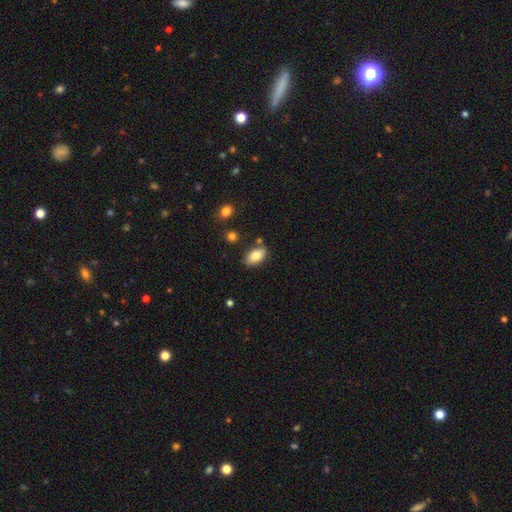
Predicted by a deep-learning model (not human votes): This is clearly a smooth galaxy (81%). How rounded: clearly in between (92%). Merging: likely none (80%).